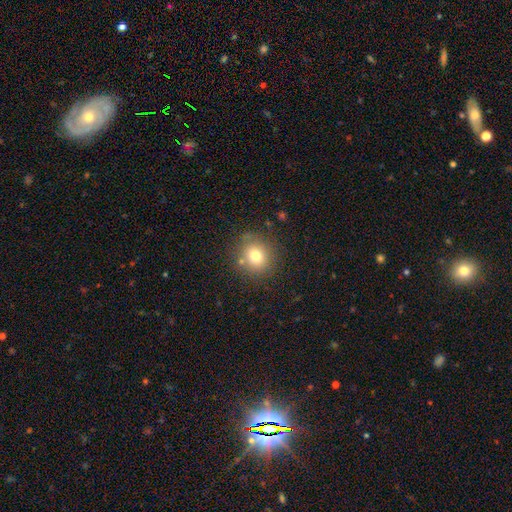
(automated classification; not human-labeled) smooth_or_featured: smooth (p=0.76) [alt: star or artifact p=0.13]
how_rounded: round (p=0.83) [alt: in between p=0.16]
merging: none (p=0.80) [alt: minor disturbance p=0.11]